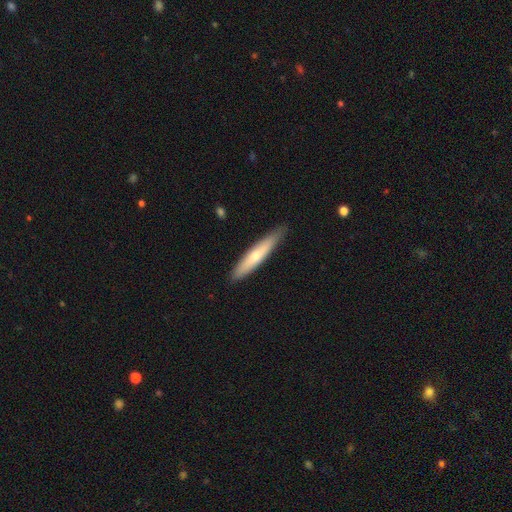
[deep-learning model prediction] smooth 62%, featured or disk 32%, star or artifact 5%. Down the decision tree: how rounded — cigar-shaped (91%); merging — none (85%).